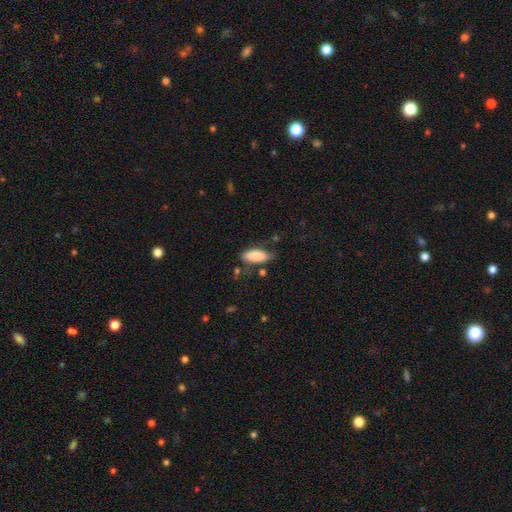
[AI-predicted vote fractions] Smooth or featured?
  - smooth: 85% *
  - featured or disk: 9%
  - star or artifact: 6%
How rounded?
  - in between: 81% *
  - cigar-shaped: 17%
  - round: 2%
Merging?
  - none: 65% *
  - minor disturbance: 24%
  - major disturbance: 6%
  - merger: 4%